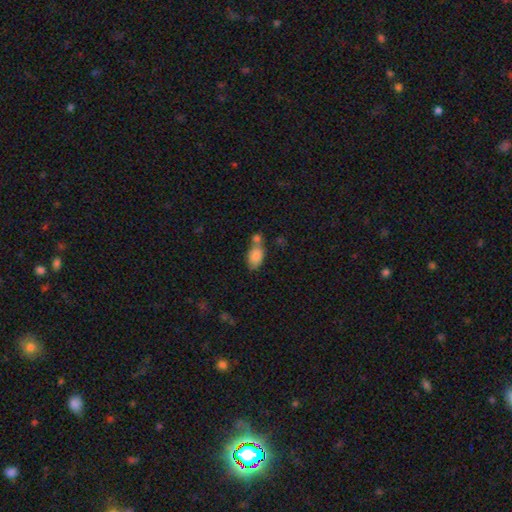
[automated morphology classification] Smooth or featured? smooth (83%)
How rounded? in between (89%)
Merging? merger (42%)